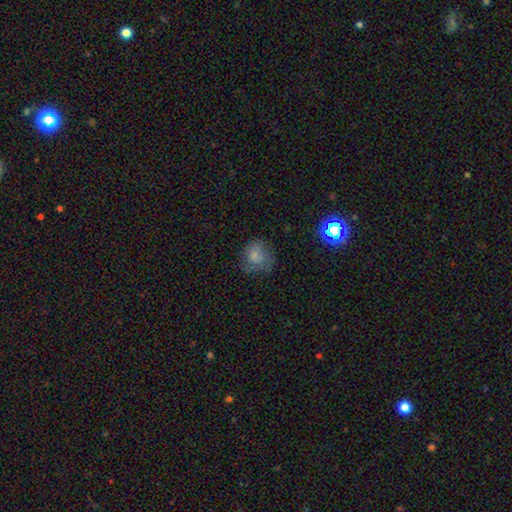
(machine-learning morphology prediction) Smooth or featured? Predicted: smooth (p=0.65). How rounded? Predicted: round (p=0.79). Merging? Predicted: none (p=0.58).